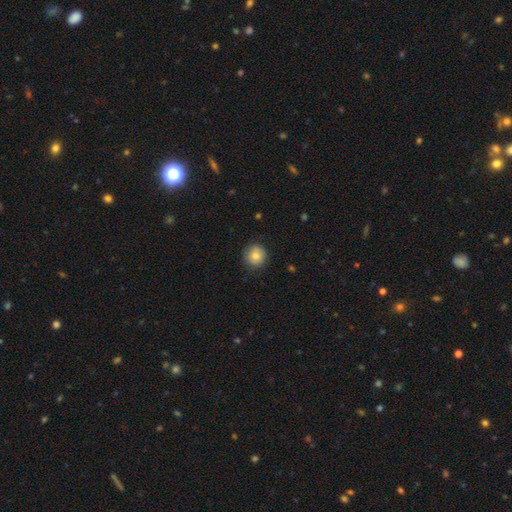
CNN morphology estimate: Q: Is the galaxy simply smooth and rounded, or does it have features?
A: smooth — 80%.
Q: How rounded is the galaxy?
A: round — 91%.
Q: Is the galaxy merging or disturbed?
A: none — 86%.